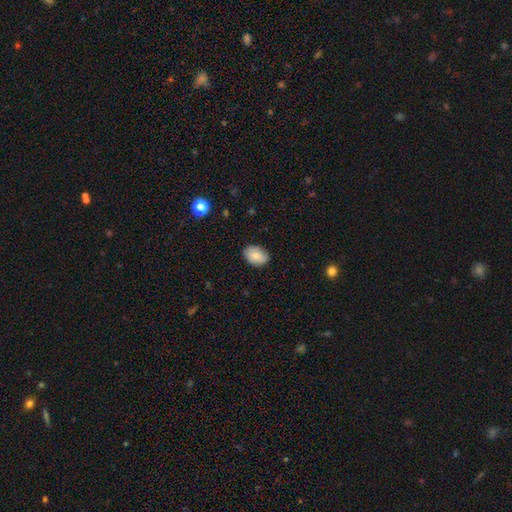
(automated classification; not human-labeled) smooth-or-featured: smooth: 80% | featured or disk: 13% | star or artifact: 7%
  how-rounded: in between: 81% | round: 18% | cigar-shaped: 1%
  merging: none: 84% | minor disturbance: 13% | major disturbance: 2% | merger: 1%